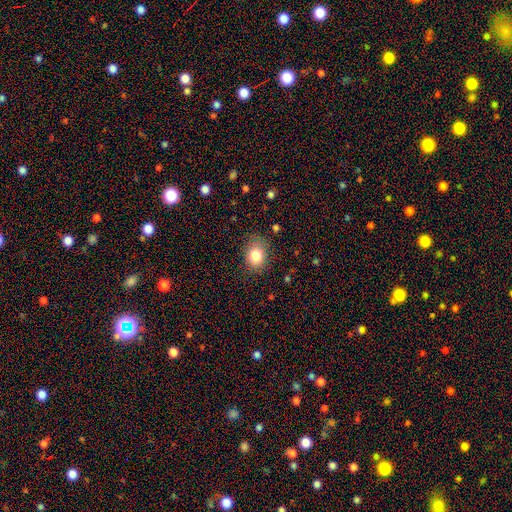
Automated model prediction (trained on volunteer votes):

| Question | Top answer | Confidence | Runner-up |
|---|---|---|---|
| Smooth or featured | smooth | 82% | star or artifact (10%) |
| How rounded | in between | 55% | round (44%) |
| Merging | none | 76% | minor disturbance (17%) |